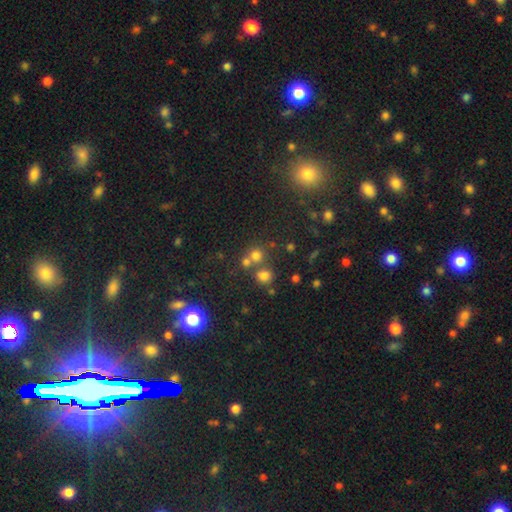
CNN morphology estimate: The model was most divided on "merging": none: 59%, merger: 30%, minor disturbance: 8%, major disturbance: 4%. More confident: how rounded — round (88%); smooth or featured — smooth (65%).